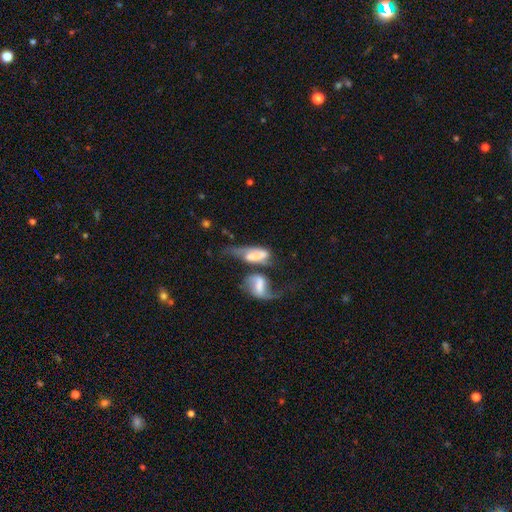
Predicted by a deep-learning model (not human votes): featured or disk 47%, smooth 44%, star or artifact 9%. Down the decision tree: merging — merger (59%).